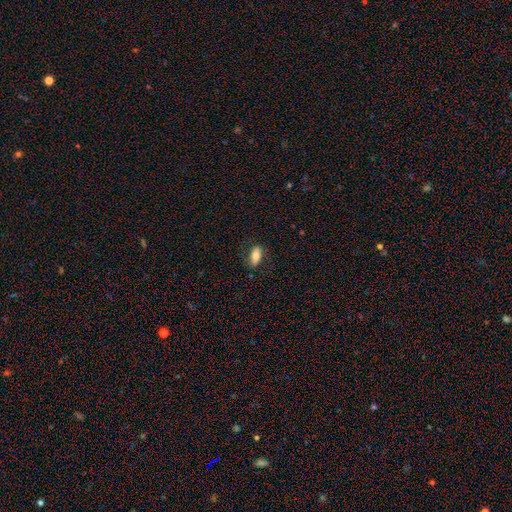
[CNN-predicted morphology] A smooth galaxy with no disk features (70%) that is in between round and cigar-shaped (81%).

Vote fractions:
- Smooth or featured? smooth: 70% / featured or disk: 23% / star or artifact: 7%
- How rounded? in between: 81% / cigar-shaped: 15% / round: 4%
- Merging? none: 81% / minor disturbance: 14% / major disturbance: 4% / merger: 1%